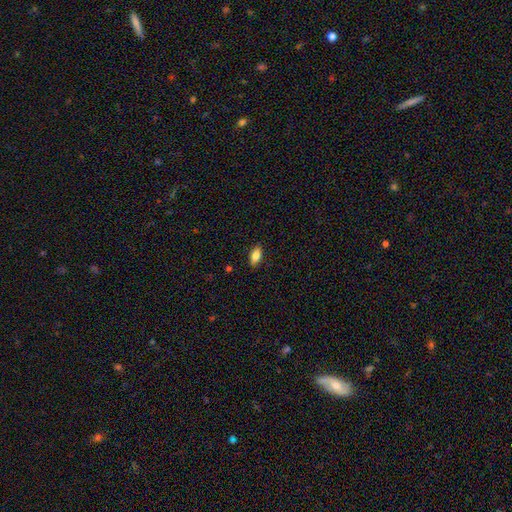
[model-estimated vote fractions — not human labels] This is clearly a smooth galaxy (83%). How rounded: clearly in between (87%). Merging: clearly none (88%).